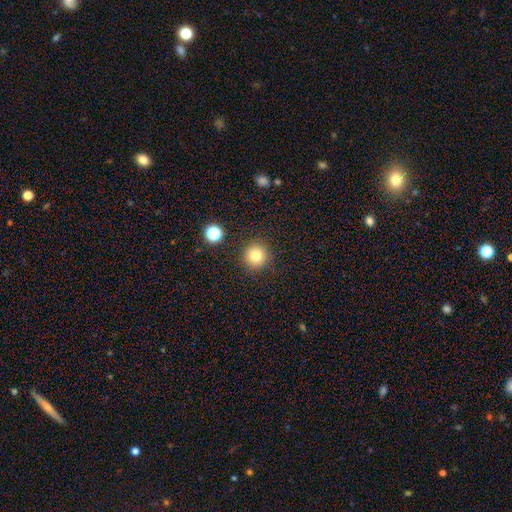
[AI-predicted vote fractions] Smooth or featured: smooth — 79% (star or artifact — 13%)
How rounded: round — 95% (in between — 4%)
Merging: none — 90% (minor disturbance — 6%)